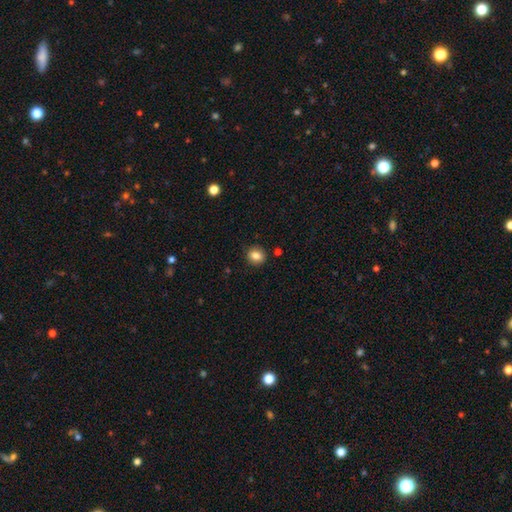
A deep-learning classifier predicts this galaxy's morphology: A smooth galaxy with no disk features (84%) that is round (74%). Merging: none (88%).